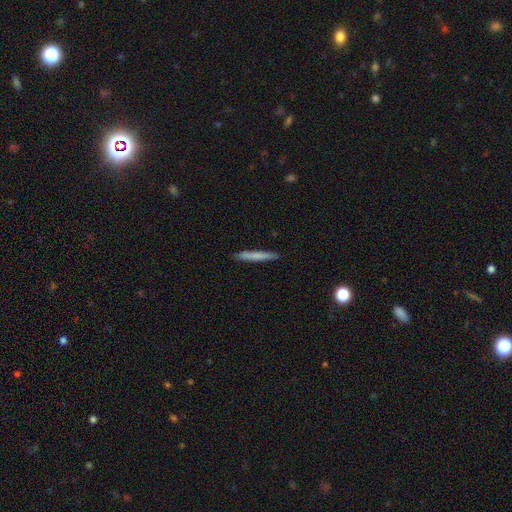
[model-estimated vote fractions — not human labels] Smooth or featured? smooth (72%)
How rounded? cigar-shaped (96%)
Merging? none (91%)